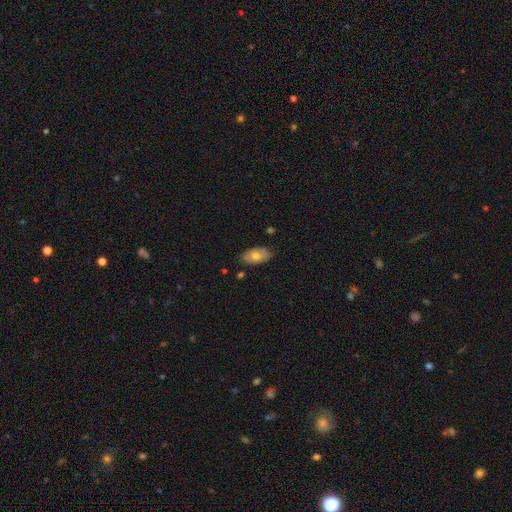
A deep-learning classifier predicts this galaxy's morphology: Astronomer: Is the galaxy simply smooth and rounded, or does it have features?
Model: smooth — 68%.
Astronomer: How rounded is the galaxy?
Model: in between — 94%.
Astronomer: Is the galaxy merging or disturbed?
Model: none — 80%.